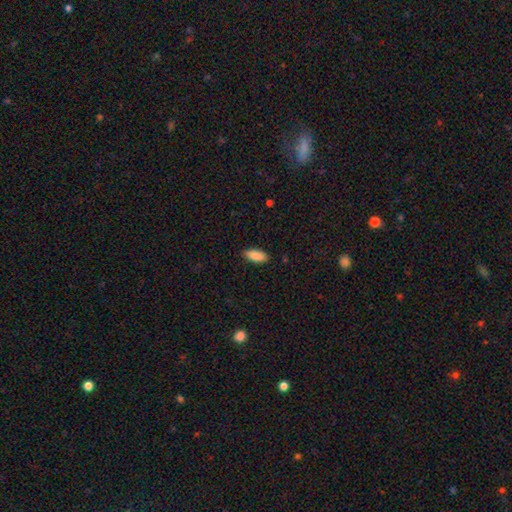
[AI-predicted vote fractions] smooth 90%, star or artifact 6%, featured or disk 4%. Down the decision tree: how rounded — in between (85%); merging — none (87%).